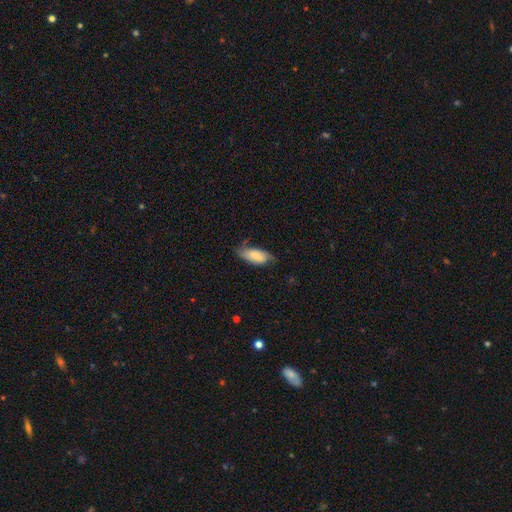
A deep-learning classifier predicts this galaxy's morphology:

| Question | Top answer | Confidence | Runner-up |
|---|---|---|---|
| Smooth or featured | smooth | 66% | featured or disk (27%) |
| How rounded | in between | 87% | cigar-shaped (10%) |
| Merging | none | 53% | minor disturbance (33%) |